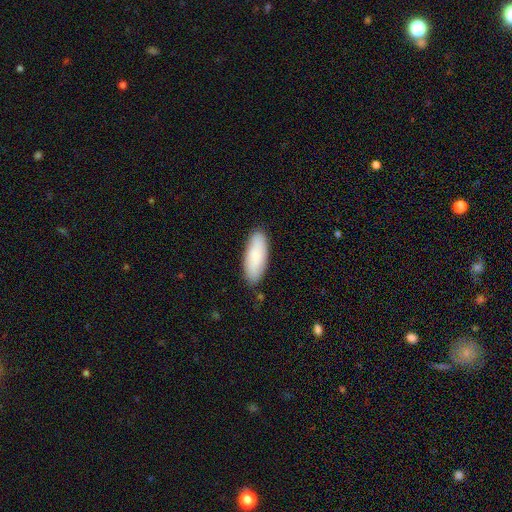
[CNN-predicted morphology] smooth 81%, featured or disk 13%, star or artifact 6%. Down the decision tree: how rounded — in between (72%); merging — none (86%).